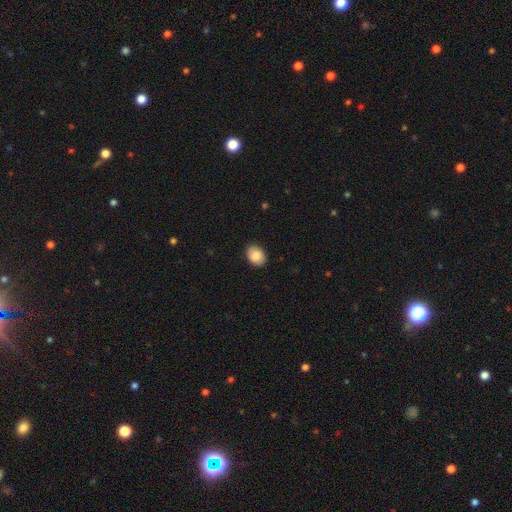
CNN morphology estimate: Smooth or featured? Predicted: smooth (p=0.87). How rounded? Predicted: in between (p=0.67). Merging? Predicted: none (p=0.89).